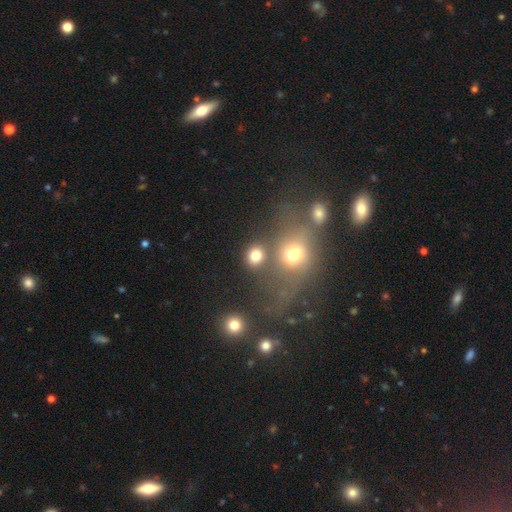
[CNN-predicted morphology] A smooth galaxy with no disk features (78%) that is round (73%). Merging: none (61%).